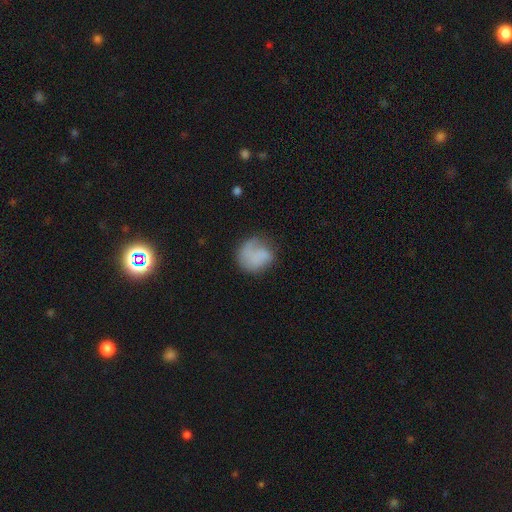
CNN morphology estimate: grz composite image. It shows a smooth galaxy with no disk features (65%) that is round (75%). Merging: none (50%).